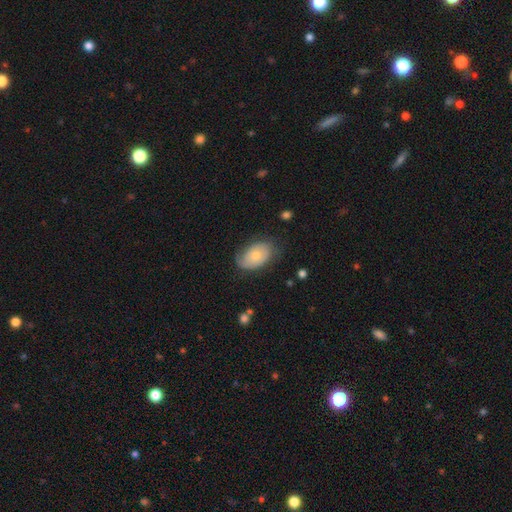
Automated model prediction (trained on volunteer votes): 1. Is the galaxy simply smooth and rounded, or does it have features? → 55% smooth, 38% featured or disk, 7% star or artifact.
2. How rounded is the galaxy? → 87% in between, 12% round, 1% cigar-shaped.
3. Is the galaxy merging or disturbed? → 59% none, 29% minor disturbance, 10% major disturbance, 1% merger.